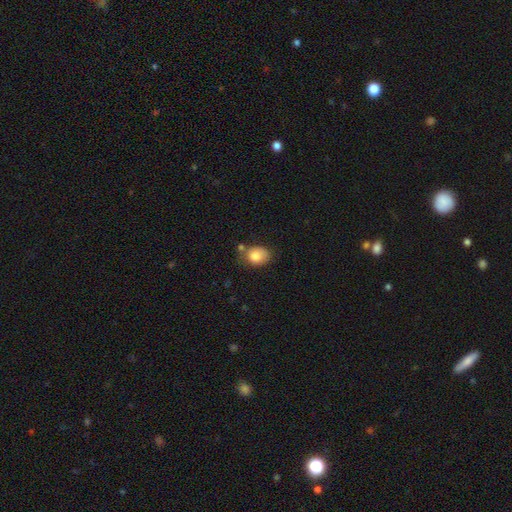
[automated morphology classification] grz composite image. It shows a smooth galaxy with no disk features (84%) that is in between round and cigar-shaped (60%). Merging: none (55%).